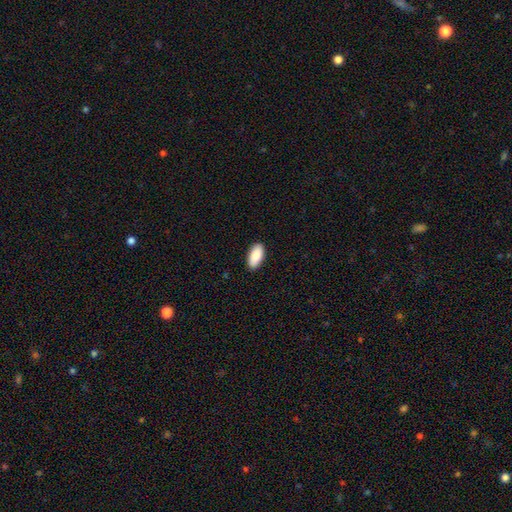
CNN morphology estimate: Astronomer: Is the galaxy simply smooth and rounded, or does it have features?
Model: smooth — 90%.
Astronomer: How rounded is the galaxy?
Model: in between — 93%.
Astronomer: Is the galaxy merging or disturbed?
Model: none — 90%.